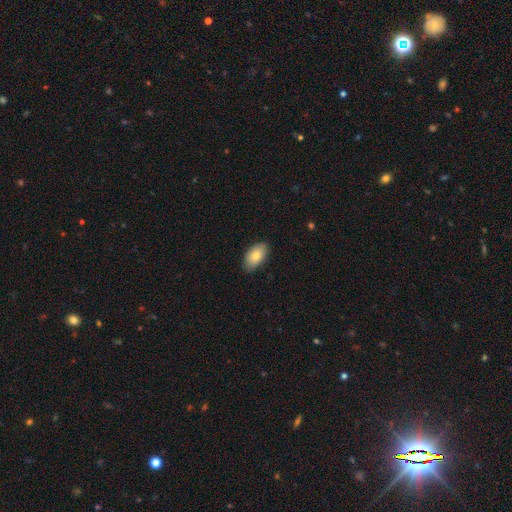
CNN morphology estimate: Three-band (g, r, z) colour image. It shows a smooth galaxy with no disk features (78%) that is in between round and cigar-shaped (93%). Merging: none (85%).